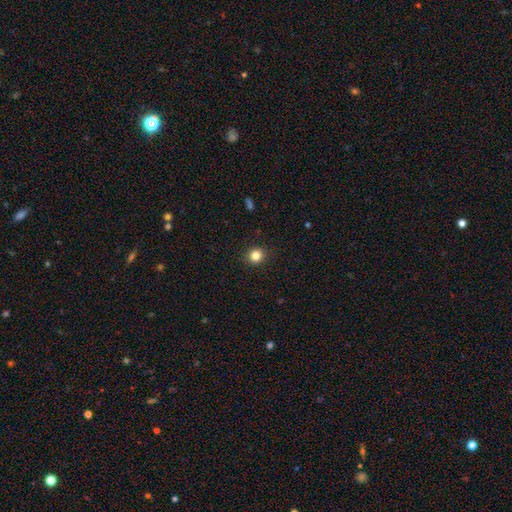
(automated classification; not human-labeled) A smooth galaxy with no disk features (83%) that is round (86%).

Vote fractions:
- Smooth or featured? smooth: 83% / star or artifact: 12% / featured or disk: 5%
- How rounded? round: 86% / in between: 13% / cigar-shaped: 1%
- Merging? none: 91% / minor disturbance: 6% / major disturbance: 2% / merger: 1%